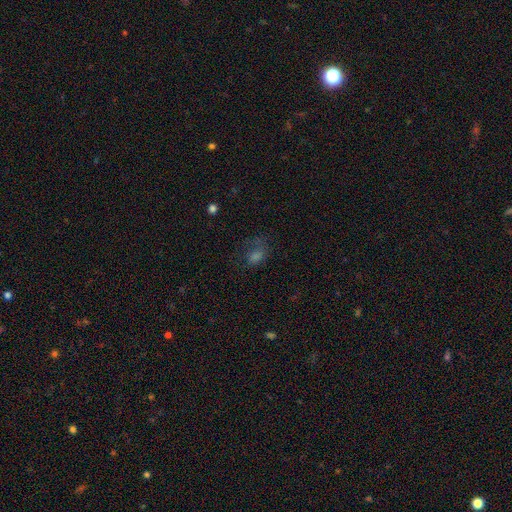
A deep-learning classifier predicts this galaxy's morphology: Overall: smooth (50%; star or artifact 28%). Merging: none (44%; major disturbance 32%).